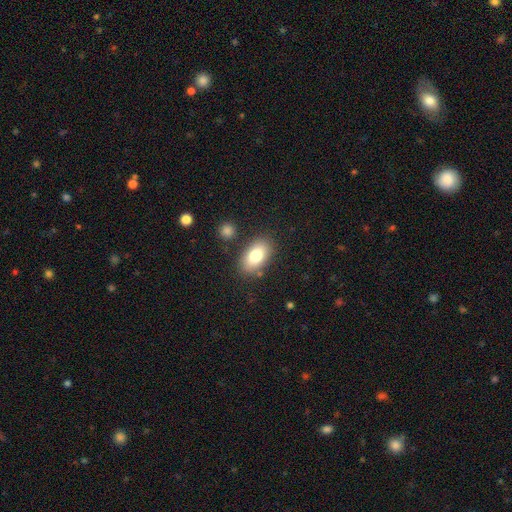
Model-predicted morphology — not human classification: Smooth or featured? smooth (79%)
How rounded? in between (91%)
Merging? none (82%)